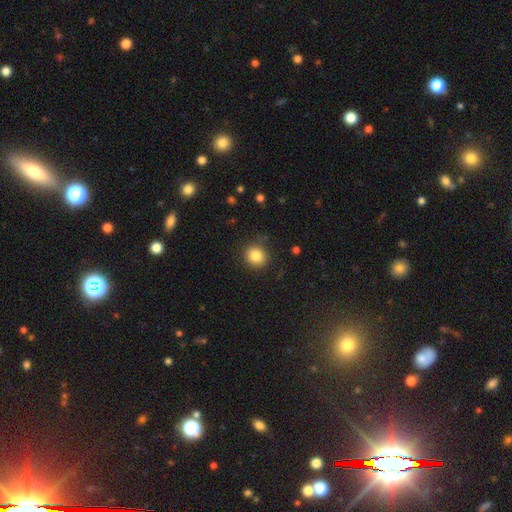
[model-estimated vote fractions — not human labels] Q: Smooth or featured?
A: smooth (84%); runner-up: star or artifact (10%)
Q: How rounded?
A: round (85%); runner-up: in between (14%)
Q: Merging?
A: none (86%); runner-up: minor disturbance (10%)